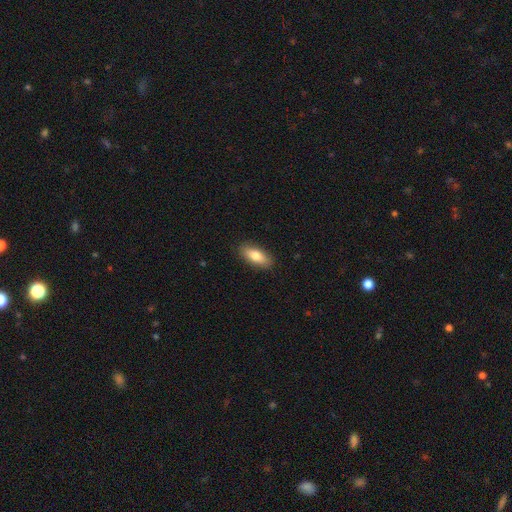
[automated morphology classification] smooth 80%, featured or disk 14%, star or artifact 6%. Down the decision tree: how rounded — in between (82%); merging — none (88%).